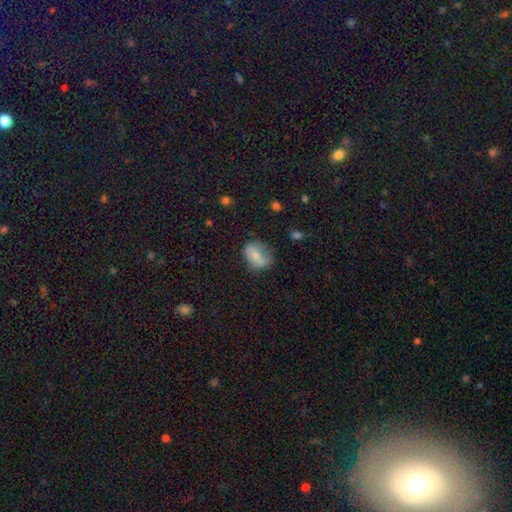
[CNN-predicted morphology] A smooth galaxy with no disk features (70%) that is in between round and cigar-shaped (70%).

Vote fractions:
- Smooth or featured? smooth: 70% / featured or disk: 21% / star or artifact: 9%
- How rounded? in between: 70% / round: 27% / cigar-shaped: 2%
- Merging? none: 52% / minor disturbance: 30% / major disturbance: 14% / merger: 4%